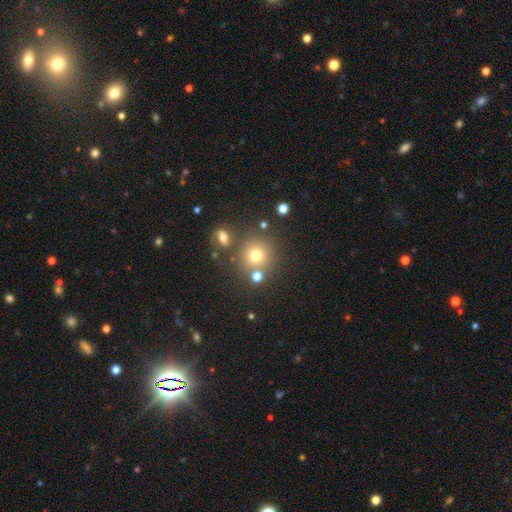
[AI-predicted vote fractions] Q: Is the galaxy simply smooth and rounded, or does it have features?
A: smooth — 73%.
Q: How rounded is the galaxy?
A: round — 91%.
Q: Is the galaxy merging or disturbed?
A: none — 74%.